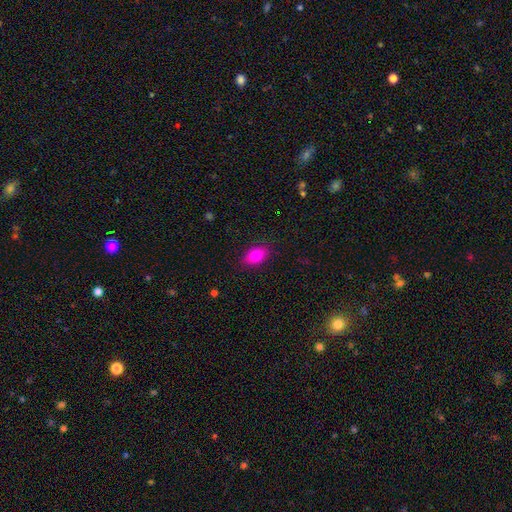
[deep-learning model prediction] Smooth or featured: smooth — 83% (featured or disk — 9%)
How rounded: in between — 88% (round — 10%)
Merging: none — 88% (minor disturbance — 9%)